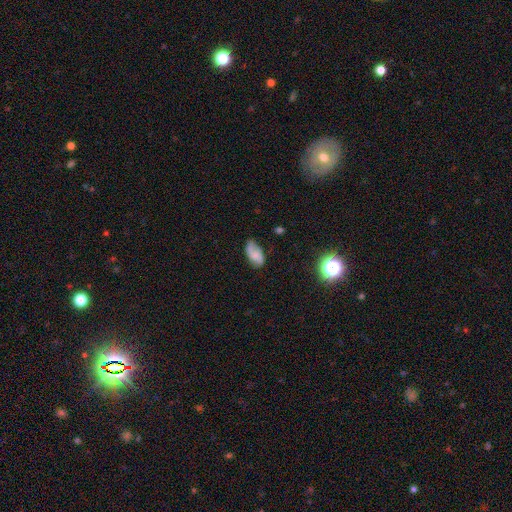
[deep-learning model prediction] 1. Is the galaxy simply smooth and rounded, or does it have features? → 52% smooth, 37% featured or disk, 12% star or artifact.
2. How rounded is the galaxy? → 91% in between, 6% round, 3% cigar-shaped.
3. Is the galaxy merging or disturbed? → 60% none, 28% minor disturbance, 10% major disturbance, 3% merger.